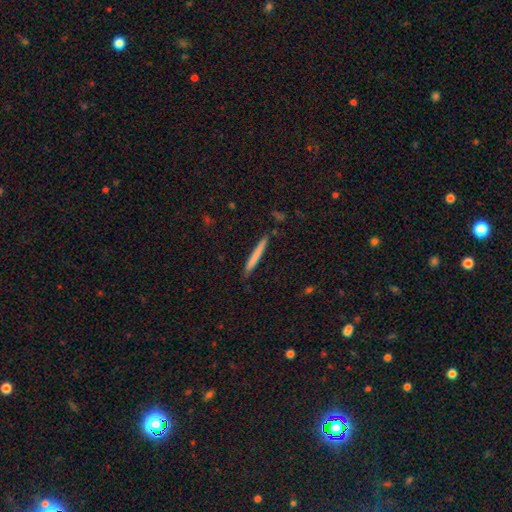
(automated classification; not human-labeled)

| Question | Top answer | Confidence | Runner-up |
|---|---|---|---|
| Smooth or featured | smooth | 69% | featured or disk (25%) |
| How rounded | cigar-shaped | 97% | in between (2%) |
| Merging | none | 88% | minor disturbance (9%) |